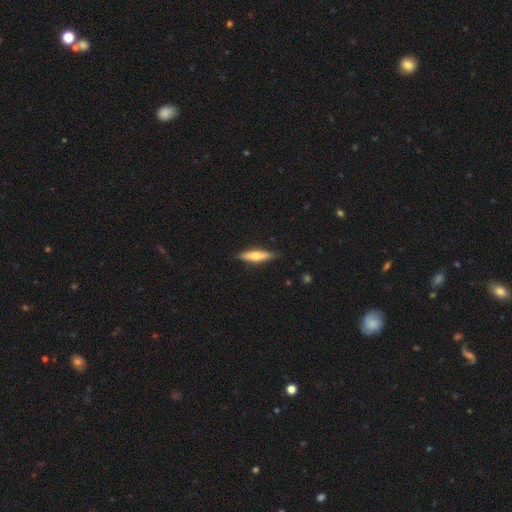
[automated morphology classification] smooth-or-featured: smooth: 53% | featured or disk: 41% | star or artifact: 5%
  how-rounded: cigar-shaped: 77% | in between: 22% | round: 2%
  merging: none: 86% | minor disturbance: 11% | major disturbance: 2% | merger: 1%